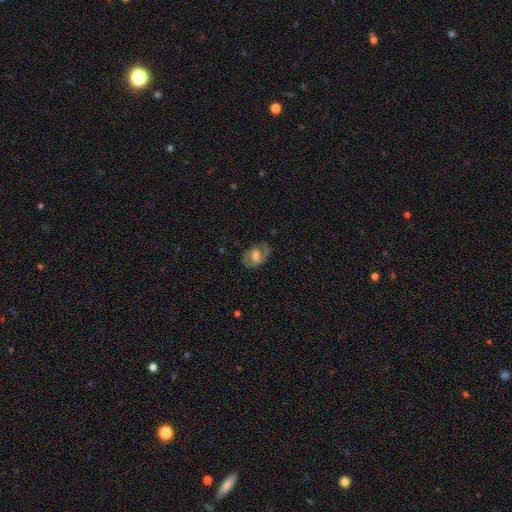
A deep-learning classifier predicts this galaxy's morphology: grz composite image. It shows a featured or disk galaxy (62%) with a weak bar (42%, tied with no), spiral arms (67%) and a moderate central bulge (55%). Merging: none (73%).